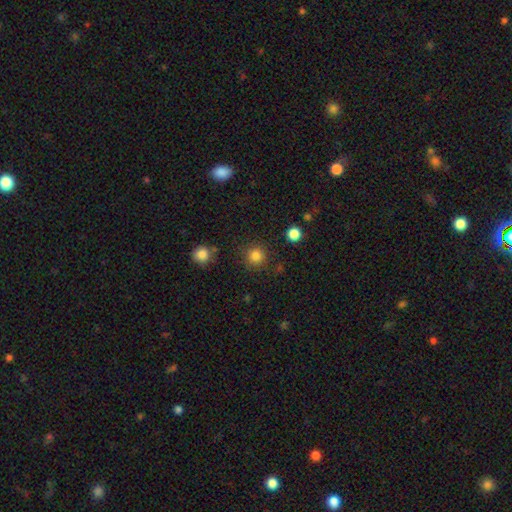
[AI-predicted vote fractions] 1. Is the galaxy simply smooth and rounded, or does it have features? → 83% smooth, 13% star or artifact, 4% featured or disk.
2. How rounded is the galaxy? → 94% round, 5% in between, 1% cigar-shaped.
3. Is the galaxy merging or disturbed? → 86% none, 8% minor disturbance, 3% major disturbance, 3% merger.